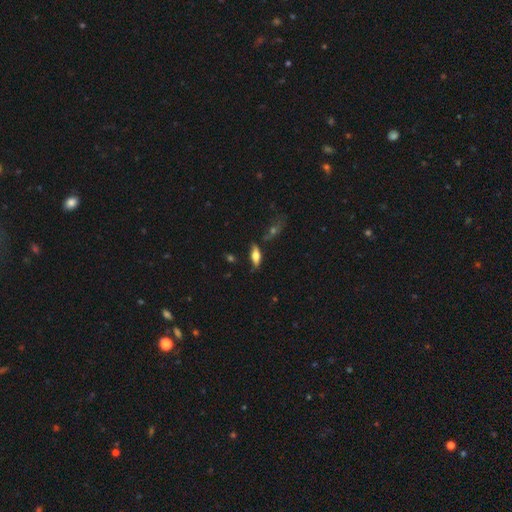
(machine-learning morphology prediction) The model was most divided on "smooth or featured": smooth: 55%, featured or disk: 37%, star or artifact: 8%. More confident: merging — none (74%); how rounded — in between (68%).